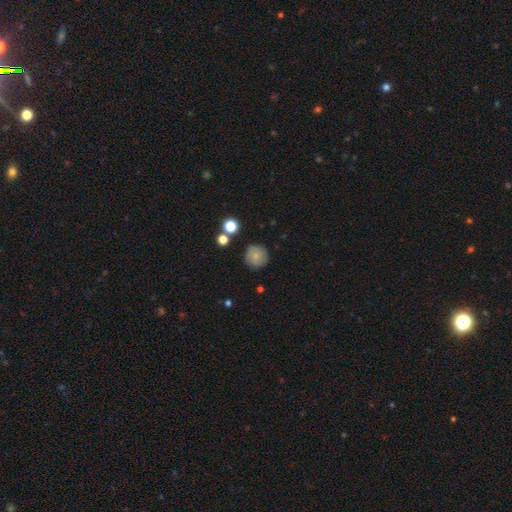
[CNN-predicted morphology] The model was most divided on "smooth or featured": smooth: 73%, featured or disk: 17%, star or artifact: 10%. More confident: how rounded — round (93%); merging — none (83%).